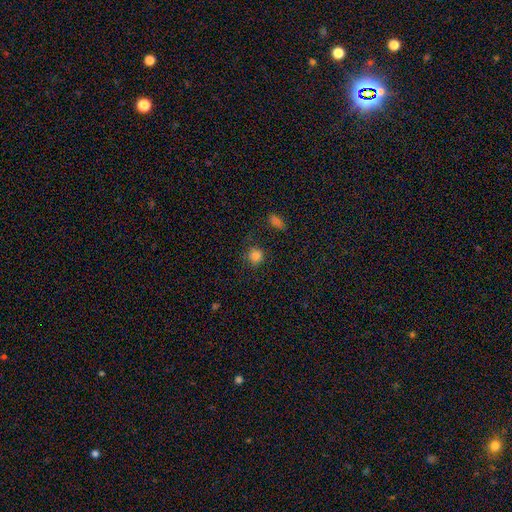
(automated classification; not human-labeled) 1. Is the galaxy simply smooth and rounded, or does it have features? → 81% smooth, 14% star or artifact, 5% featured or disk.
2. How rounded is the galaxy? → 91% round, 8% in between, 1% cigar-shaped.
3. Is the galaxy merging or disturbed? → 80% none, 12% minor disturbance, 5% major disturbance, 3% merger.